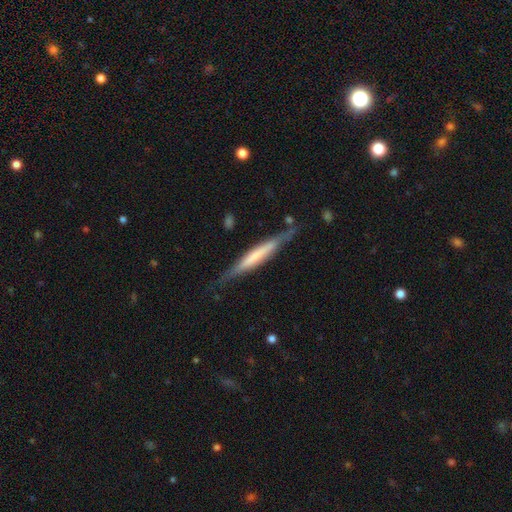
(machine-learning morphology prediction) Smooth or featured? Predicted: featured or disk (p=0.57). Edge-on disk? Predicted: yes (p=0.94). Edge-on bulge? Predicted: none (p=0.46). Merging? Predicted: none (p=0.76).